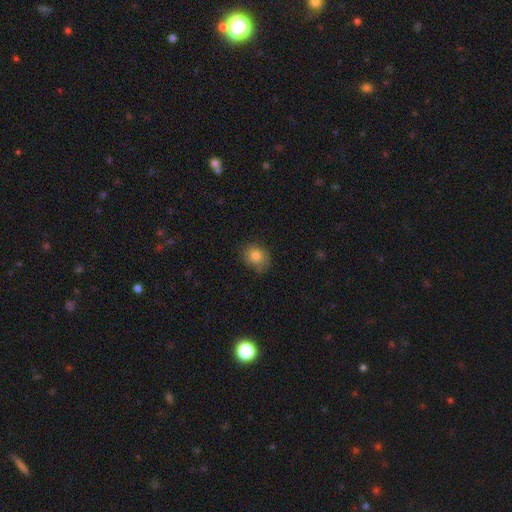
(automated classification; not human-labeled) Smooth or featured?
  - smooth: 80% *
  - featured or disk: 10%
  - star or artifact: 10%
How rounded?
  - in between: 50% *
  - round: 49%
  - cigar-shaped: 1%
Merging?
  - none: 68% *
  - minor disturbance: 25%
  - major disturbance: 6%
  - merger: 1%